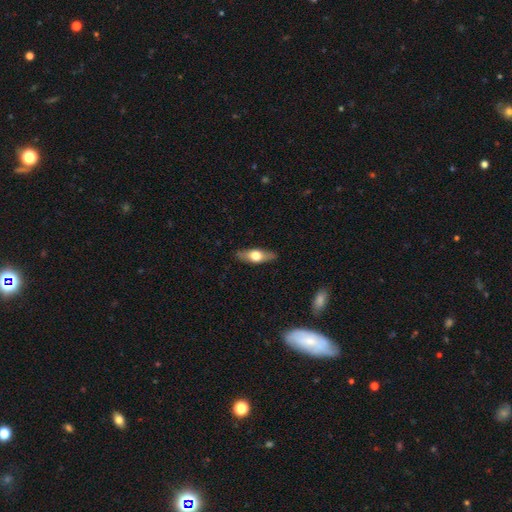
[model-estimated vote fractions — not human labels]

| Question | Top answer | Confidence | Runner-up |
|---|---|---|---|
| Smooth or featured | smooth | 51% | featured or disk (43%) |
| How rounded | in between | 61% | cigar-shaped (35%) |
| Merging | none | 87% | minor disturbance (10%) |